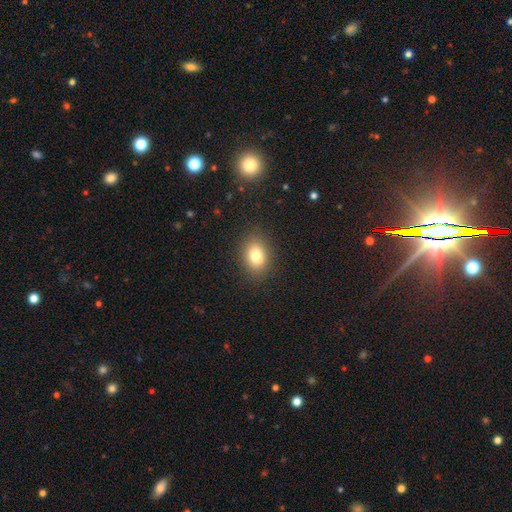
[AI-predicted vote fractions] Smooth or featured? Predicted: smooth (p=0.78). How rounded? Predicted: in between (p=0.66). Merging? Predicted: none (p=0.83).